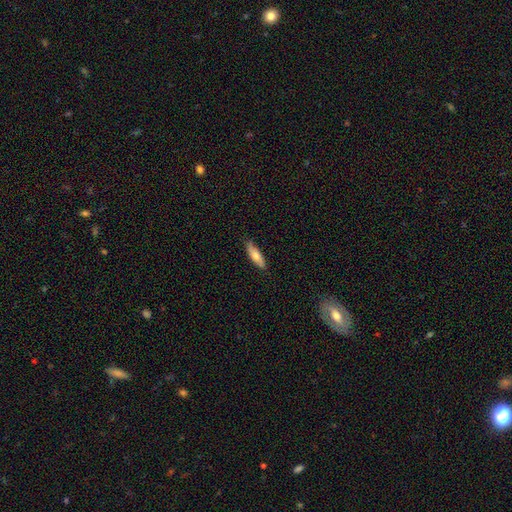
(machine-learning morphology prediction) smooth-or-featured: smooth: 66% | featured or disk: 28% | star or artifact: 6%
  how-rounded: cigar-shaped: 54% | in between: 44% | round: 2%
  merging: none: 86% | minor disturbance: 12% | major disturbance: 2% | merger: 1%